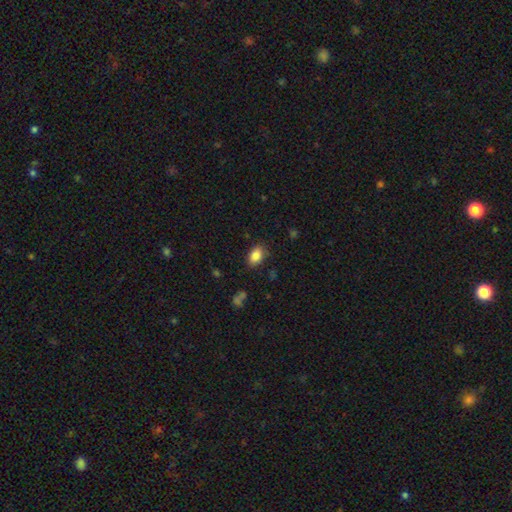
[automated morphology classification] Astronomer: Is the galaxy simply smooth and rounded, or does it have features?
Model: smooth — 86%.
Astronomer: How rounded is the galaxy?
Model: in between — 87%.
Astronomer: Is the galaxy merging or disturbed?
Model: none — 83%.